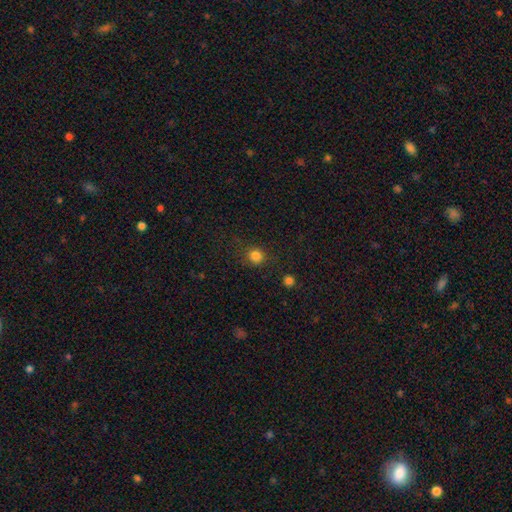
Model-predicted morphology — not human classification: The model was most divided on "smooth or featured": smooth: 82%, star or artifact: 14%, featured or disk: 4%. More confident: how rounded — round (90%); merging — none (84%).